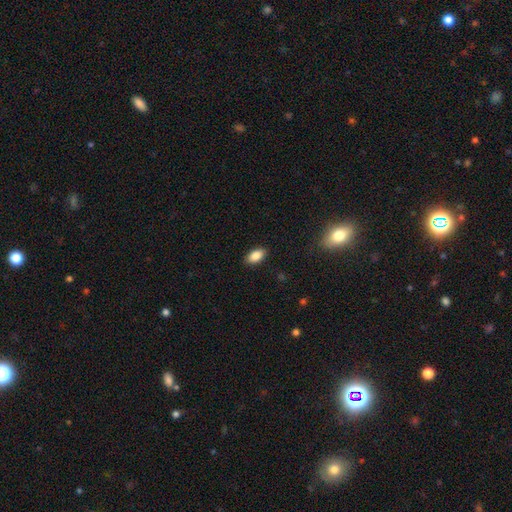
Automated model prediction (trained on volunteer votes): Smooth or featured: smooth — 86% (star or artifact — 8%)
How rounded: in between — 92% (round — 5%)
Merging: none — 88% (minor disturbance — 9%)